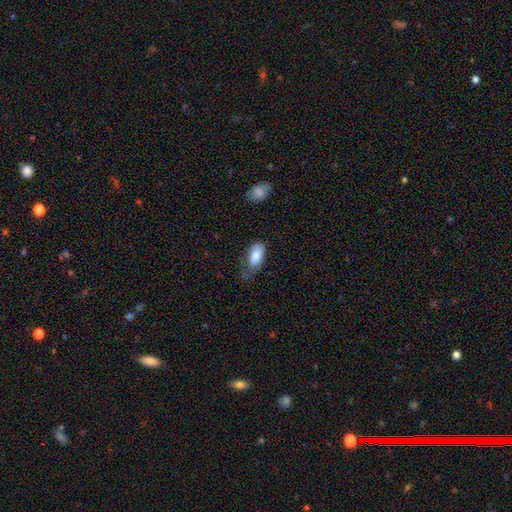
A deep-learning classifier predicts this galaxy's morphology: This is clearly a smooth galaxy (80%). How rounded: clearly in between (93%). Merging: marginally minor disturbance (36%).